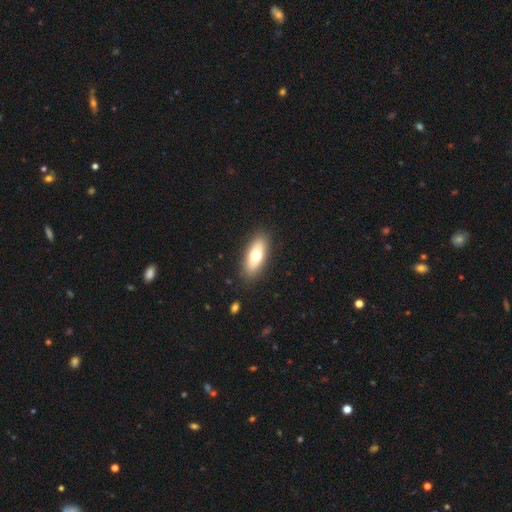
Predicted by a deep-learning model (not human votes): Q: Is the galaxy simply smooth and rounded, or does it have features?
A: smooth — 65%.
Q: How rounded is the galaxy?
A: in between — 76%.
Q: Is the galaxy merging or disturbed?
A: none — 88%.